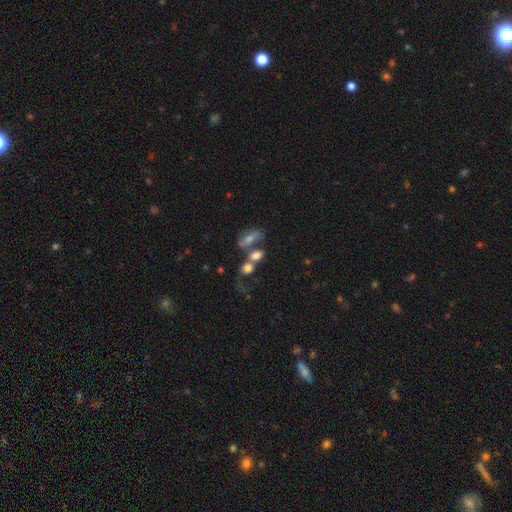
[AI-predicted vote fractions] Smooth or featured?
  - smooth: 63% *
  - featured or disk: 24%
  - star or artifact: 13%
How rounded?
  - in between: 65% *
  - round: 28%
  - cigar-shaped: 7%
Merging?
  - merger: 51% *
  - none: 26%
  - major disturbance: 12%
  - minor disturbance: 11%